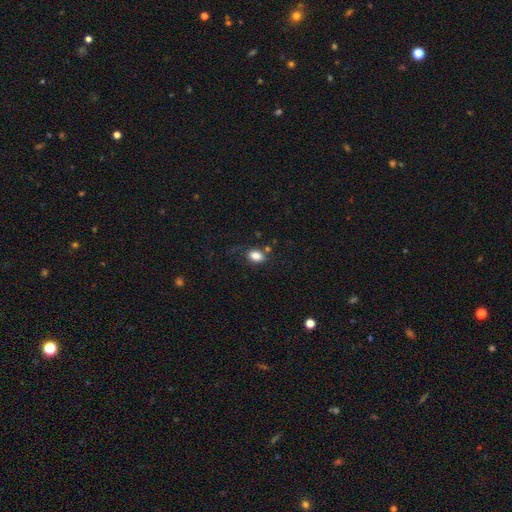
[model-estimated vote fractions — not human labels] A smooth galaxy with no disk features (85%) that is in between round and cigar-shaped (82%). Merging: none (69%).